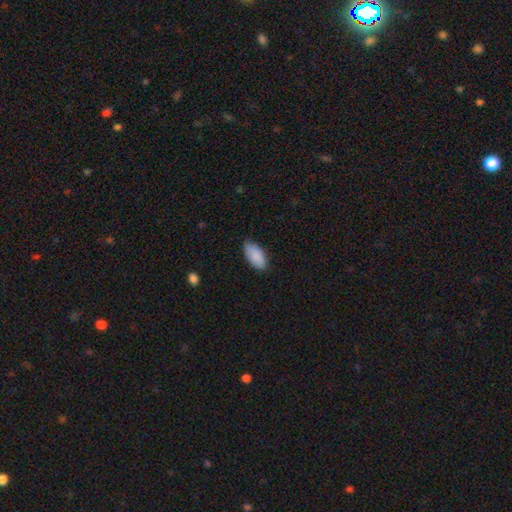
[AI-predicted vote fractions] Smooth or featured: smooth — 90% (star or artifact — 6%)
How rounded: in between — 93% (cigar-shaped — 5%)
Merging: none — 81% (minor disturbance — 15%)